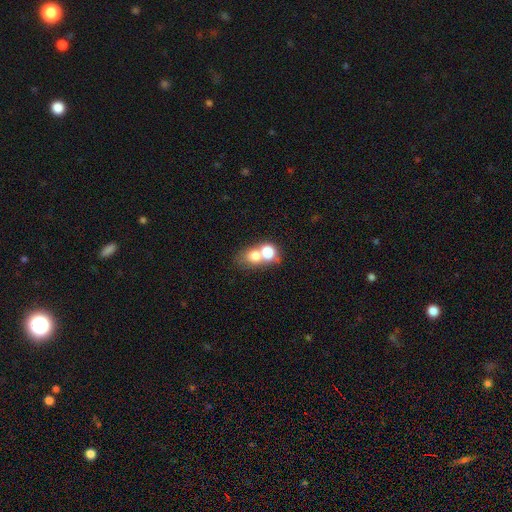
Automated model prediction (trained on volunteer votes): smooth_or_featured: smooth (p=0.70) [alt: featured or disk p=0.18]
how_rounded: round (p=0.58) [alt: in between p=0.41]
merging: merger (p=0.69) [alt: none p=0.23]